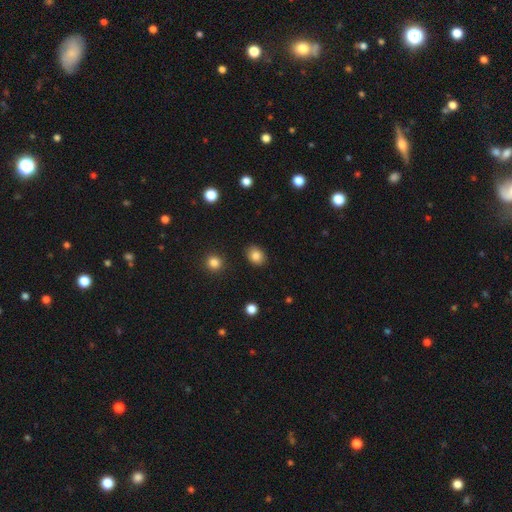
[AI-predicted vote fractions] Smooth or featured: smooth — 85% (star or artifact — 9%)
How rounded: in between — 56% (round — 43%)
Merging: none — 88% (minor disturbance — 8%)